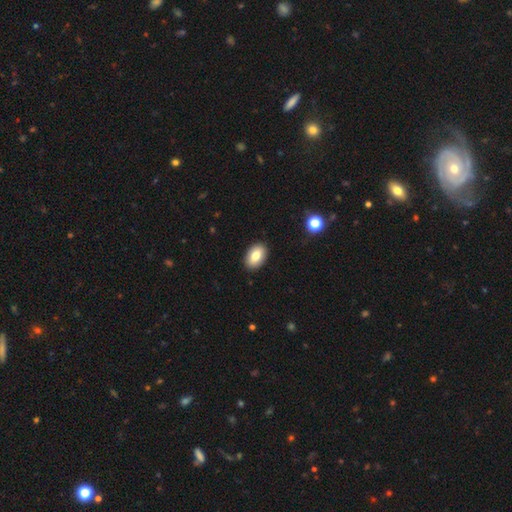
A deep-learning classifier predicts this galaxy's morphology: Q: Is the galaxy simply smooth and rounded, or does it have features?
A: smooth — 83%.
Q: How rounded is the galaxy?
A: in between — 90%.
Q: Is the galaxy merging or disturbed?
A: none — 90%.